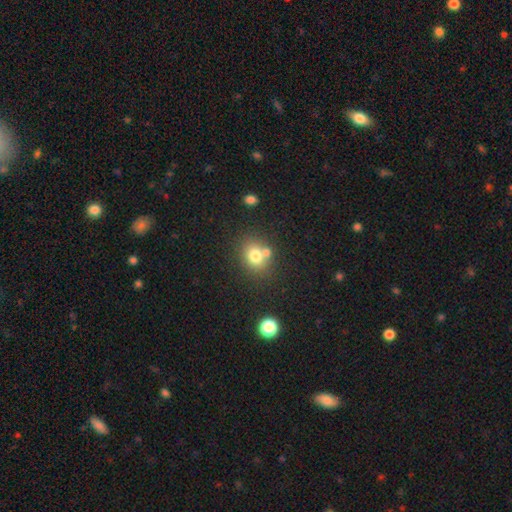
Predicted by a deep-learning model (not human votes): A smooth galaxy with no disk features (75%) that is round (62%).

Vote fractions:
- Smooth or featured? smooth: 75% / featured or disk: 13% / star or artifact: 13%
- How rounded? round: 62% / in between: 37% / cigar-shaped: 1%
- Merging? none: 57% / merger: 28% / minor disturbance: 11% / major disturbance: 4%